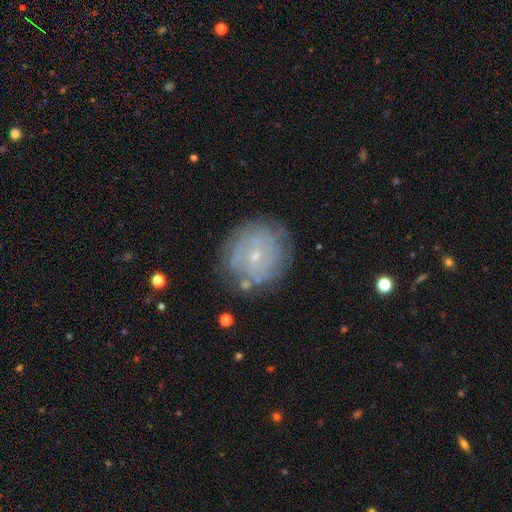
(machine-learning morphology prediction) featured or disk 66%, smooth 25%, star or artifact 9%. Down the decision tree: edge-on disk — no (97%); bar — no (58%); spiral arms — yes (76%); bulge size — small (81%); merging — none (77%).